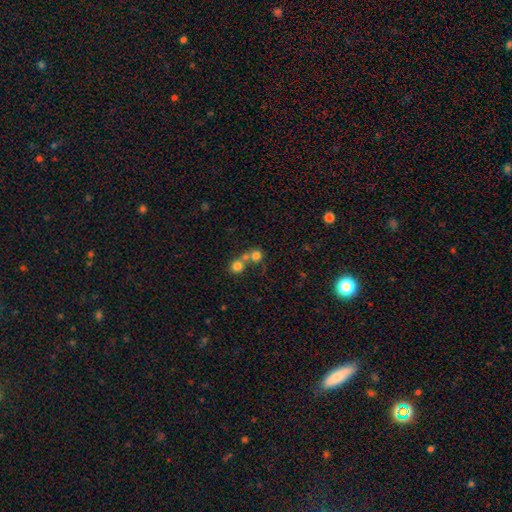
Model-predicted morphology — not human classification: Smooth or featured? smooth (74%)
How rounded? round (88%)
Merging? merger (51%)